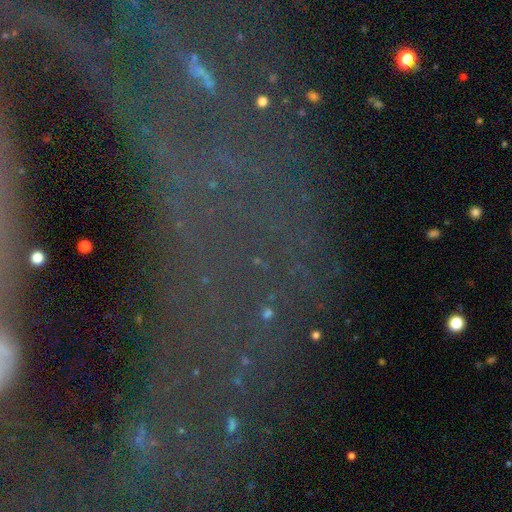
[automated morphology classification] Smooth or featured?
  - star or artifact: 59% *
  - featured or disk: 27%
  - smooth: 14%